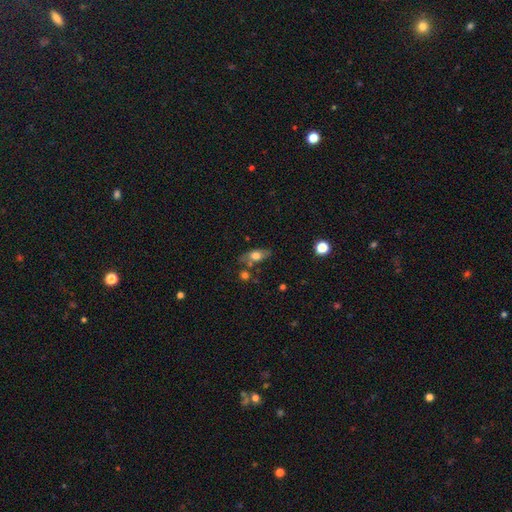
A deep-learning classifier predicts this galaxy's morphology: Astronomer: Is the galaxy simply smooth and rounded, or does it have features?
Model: smooth — 62%.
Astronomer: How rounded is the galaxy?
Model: in between — 76%.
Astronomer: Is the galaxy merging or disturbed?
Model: none — 64%.